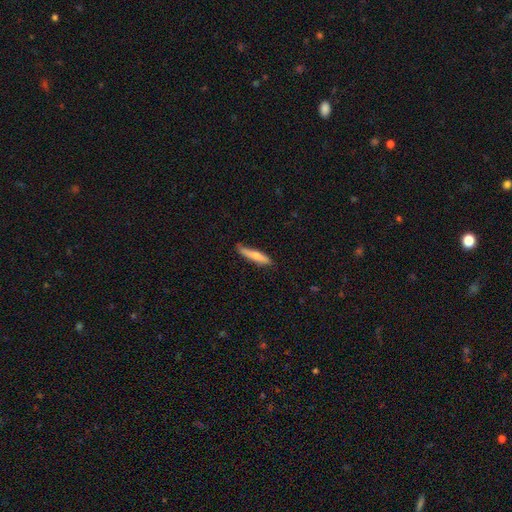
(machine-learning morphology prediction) A smooth galaxy with no disk features (67%) that is cigar-shaped (88%). Merging: none (79%).